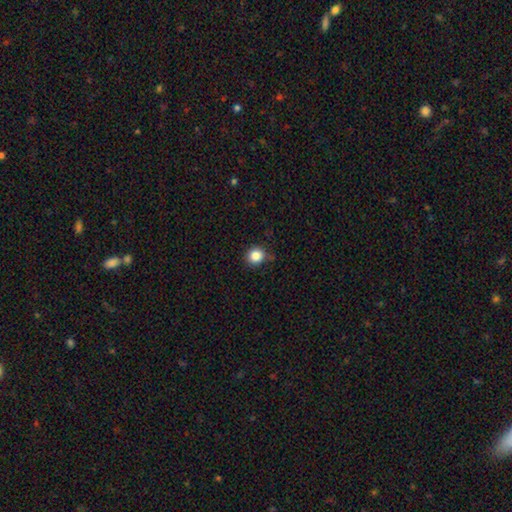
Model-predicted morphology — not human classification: Smooth or featured? smooth (86%)
How rounded? round (89%)
Merging? none (81%)